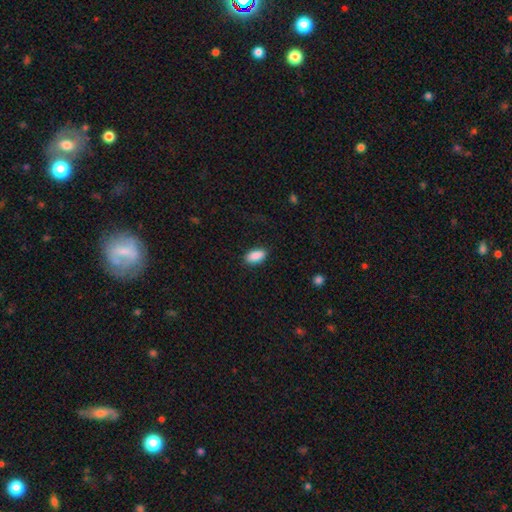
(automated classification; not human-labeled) smooth-or-featured: smooth: 90% | star or artifact: 7% | featured or disk: 4%
  how-rounded: in between: 91% | cigar-shaped: 5% | round: 3%
  merging: none: 86% | minor disturbance: 10% | major disturbance: 3% | merger: 1%